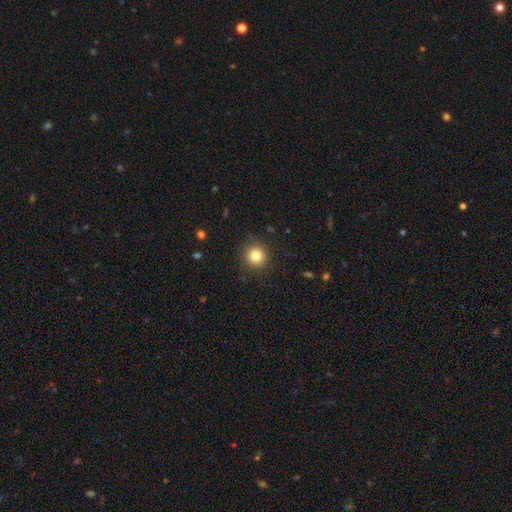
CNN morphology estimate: Smooth or featured?
  - smooth: 82% *
  - star or artifact: 12%
  - featured or disk: 7%
How rounded?
  - round: 94% *
  - in between: 5%
  - cigar-shaped: 1%
Merging?
  - none: 89% *
  - minor disturbance: 7%
  - major disturbance: 3%
  - merger: 1%